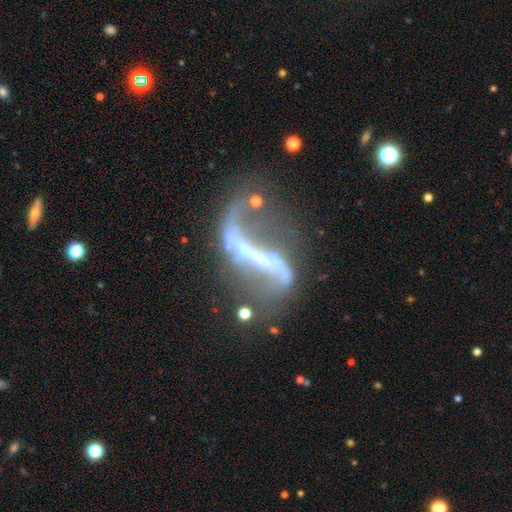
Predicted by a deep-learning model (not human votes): featured or disk 82%, star or artifact 10%, smooth 8%. Down the decision tree: edge-on disk — no (89%); bar — strong (68%); spiral arms — yes (73%); spiral arm count — 2 (79%); spiral winding — loose (87%); bulge size — none (53%); merging — none (39%).